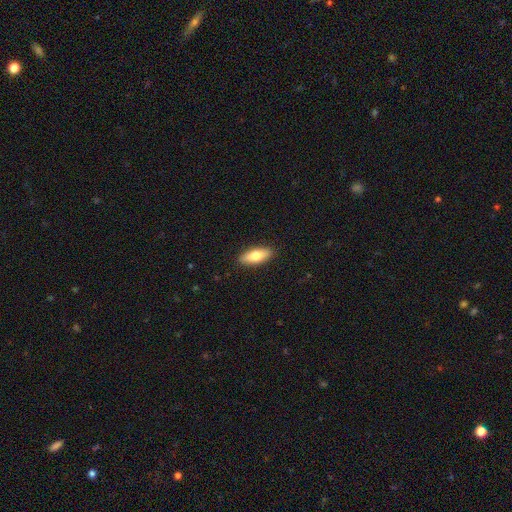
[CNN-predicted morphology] Smooth or featured?
  - smooth: 74% *
  - featured or disk: 20%
  - star or artifact: 6%
How rounded?
  - in between: 70% *
  - cigar-shaped: 27%
  - round: 2%
Merging?
  - none: 90% *
  - minor disturbance: 8%
  - major disturbance: 2%
  - merger: 1%